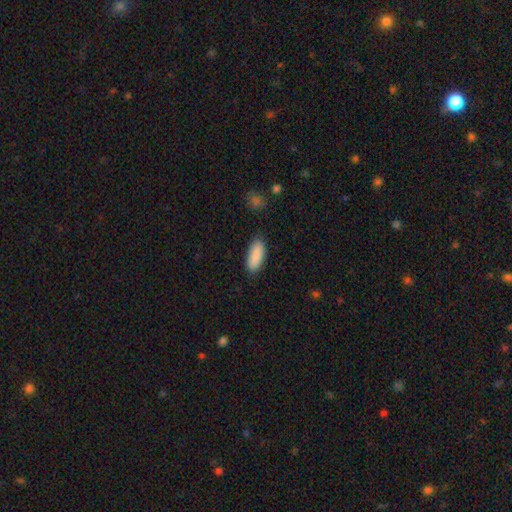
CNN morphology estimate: smooth 90%, star or artifact 6%, featured or disk 4%. Down the decision tree: how rounded — in between (80%); merging — none (84%).